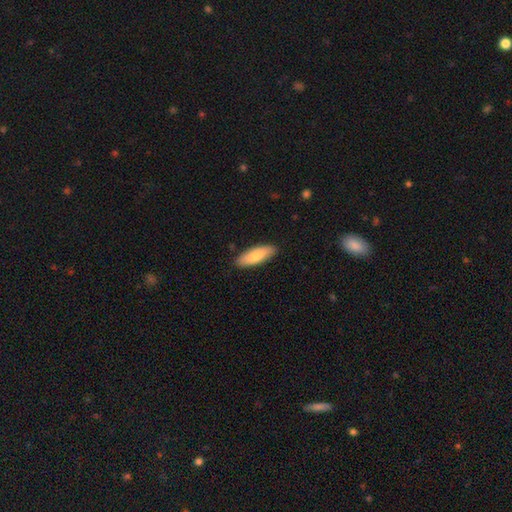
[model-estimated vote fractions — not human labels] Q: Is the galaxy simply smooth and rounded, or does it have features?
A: smooth — 81%.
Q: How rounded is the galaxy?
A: in between — 63%.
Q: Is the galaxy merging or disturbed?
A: none — 88%.